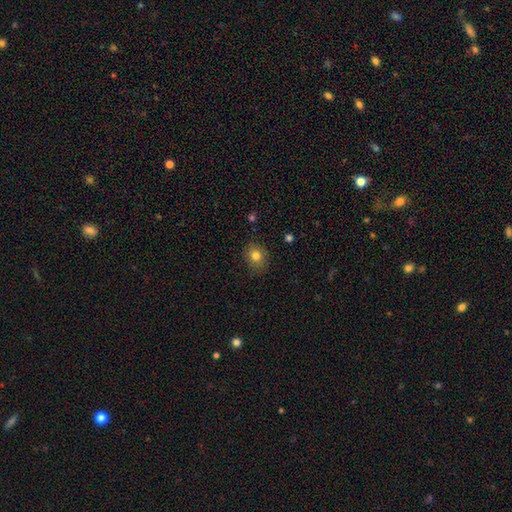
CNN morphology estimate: Q: Smooth or featured?
A: smooth (80%); runner-up: star or artifact (11%)
Q: How rounded?
A: round (70%); runner-up: in between (29%)
Q: Merging?
A: none (82%); runner-up: minor disturbance (14%)